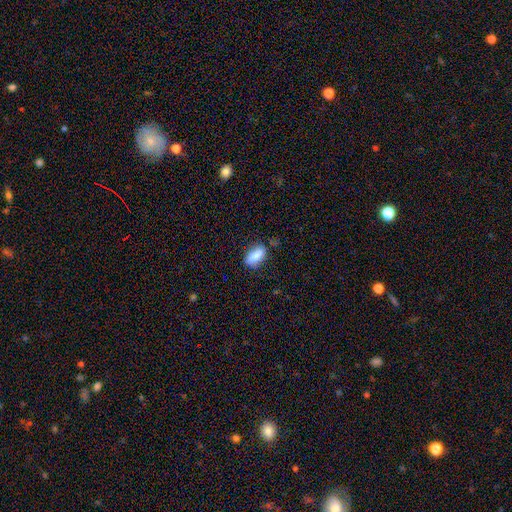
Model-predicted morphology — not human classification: The model was most divided on "merging": none: 72%, minor disturbance: 20%, major disturbance: 5%, merger: 3%. More confident: smooth or featured — smooth (85%); how rounded — in between (84%).